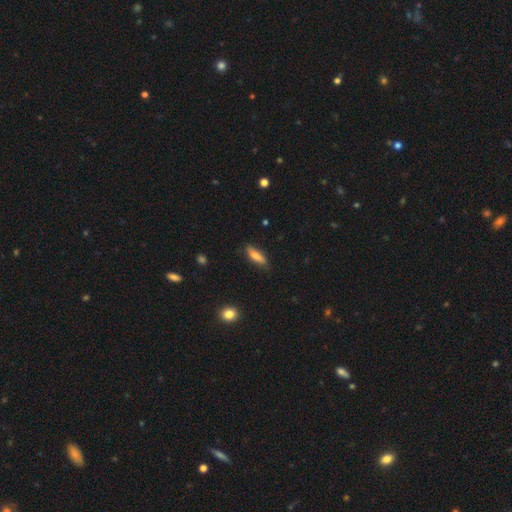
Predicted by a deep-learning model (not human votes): Smooth or featured?
  - smooth: 72% *
  - featured or disk: 21%
  - star or artifact: 7%
How rounded?
  - cigar-shaped: 58% *
  - in between: 39%
  - round: 2%
Merging?
  - none: 81% *
  - minor disturbance: 15%
  - major disturbance: 3%
  - merger: 1%